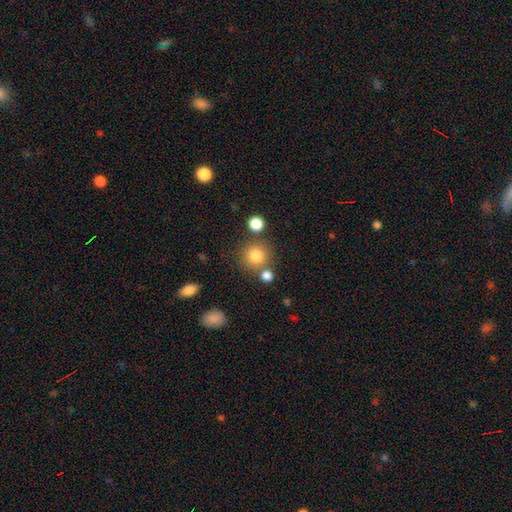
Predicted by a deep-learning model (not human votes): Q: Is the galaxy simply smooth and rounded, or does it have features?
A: smooth — 80%.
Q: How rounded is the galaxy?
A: round — 91%.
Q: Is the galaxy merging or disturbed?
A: none — 75%.